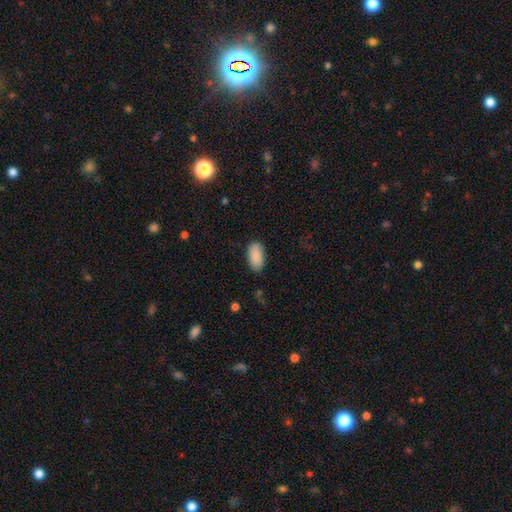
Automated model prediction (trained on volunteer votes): Smooth or featured? smooth (90%)
How rounded? in between (95%)
Merging? none (86%)